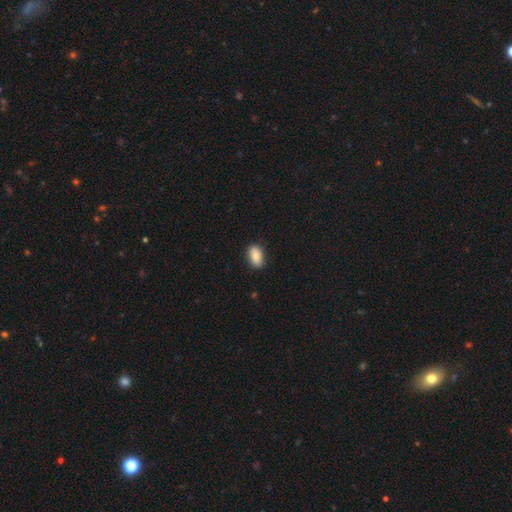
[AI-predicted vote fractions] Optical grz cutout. It shows a smooth galaxy with no disk features (83%) that is in between round and cigar-shaped (90%). Merging: none (85%).